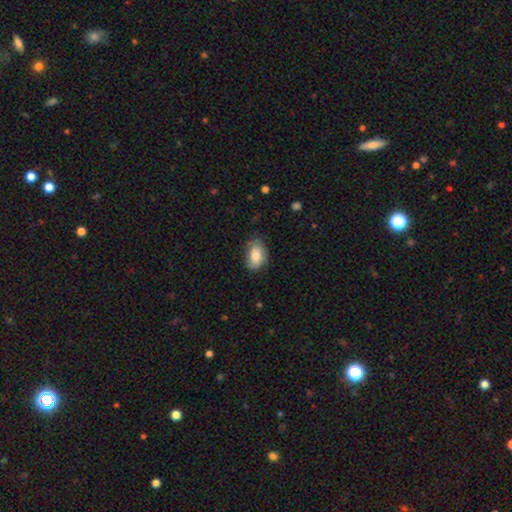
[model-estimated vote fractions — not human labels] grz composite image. It shows a smooth galaxy with no disk features (79%) that is in between round and cigar-shaped (90%). Merging: none (63%).